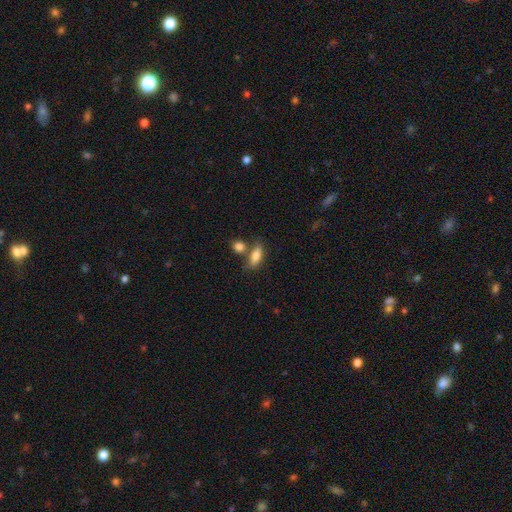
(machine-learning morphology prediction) This is likely a smooth galaxy (78%). How rounded: likely in between (76%). Merging: possibly none (53%).